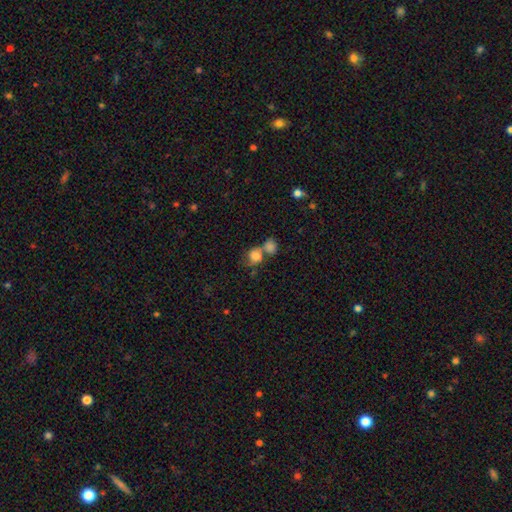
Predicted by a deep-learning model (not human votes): A smooth galaxy with no disk features (79%) that is round (72%).

Vote fractions:
- Smooth or featured? smooth: 79% / featured or disk: 12% / star or artifact: 10%
- How rounded? round: 72% / in between: 27% / cigar-shaped: 1%
- Merging? merger: 54% / none: 30% / minor disturbance: 10% / major disturbance: 6%